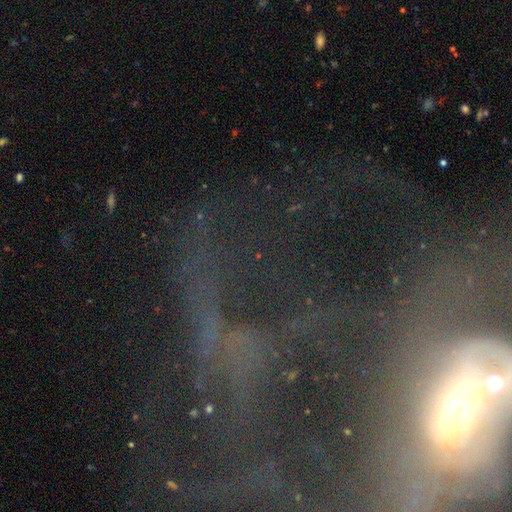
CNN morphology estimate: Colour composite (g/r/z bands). It shows a featured or disk galaxy (52%). Merging: none (40%).